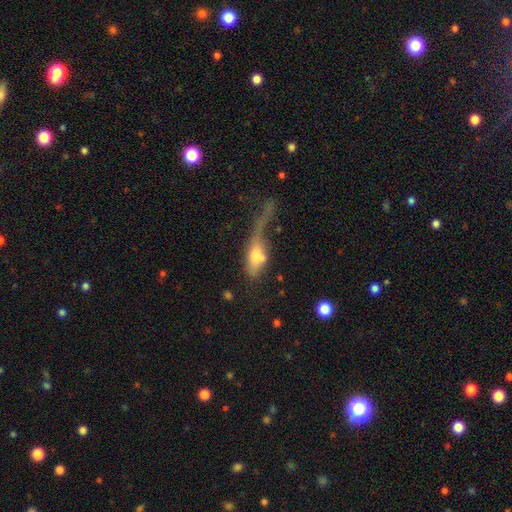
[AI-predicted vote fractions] Smooth or featured? Predicted: smooth (p=0.54). How rounded? Predicted: in between (p=0.70). Merging? Predicted: major disturbance (p=0.50).